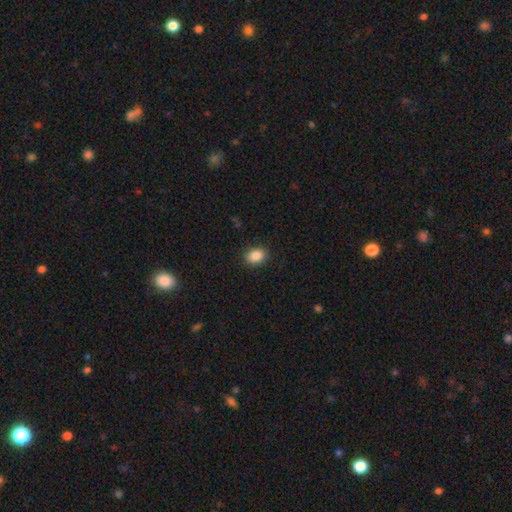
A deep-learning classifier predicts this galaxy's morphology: Smooth or featured? smooth (88%)
How rounded? in between (60%)
Merging? none (87%)